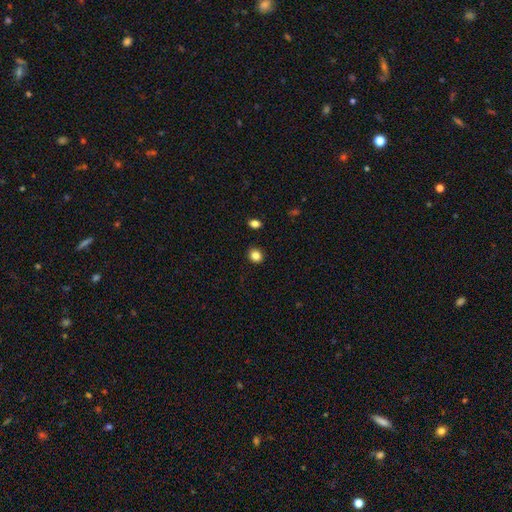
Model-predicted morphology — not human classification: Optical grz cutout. It shows a smooth galaxy with no disk features (85%) that is round (73%). Merging: none (91%).